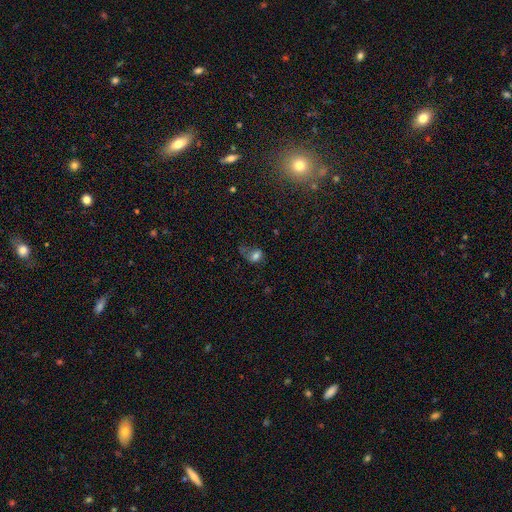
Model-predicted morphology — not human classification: Smooth or featured? Predicted: smooth (p=0.65). How rounded? Predicted: in between (p=0.66). Merging? Predicted: major disturbance (p=0.40).